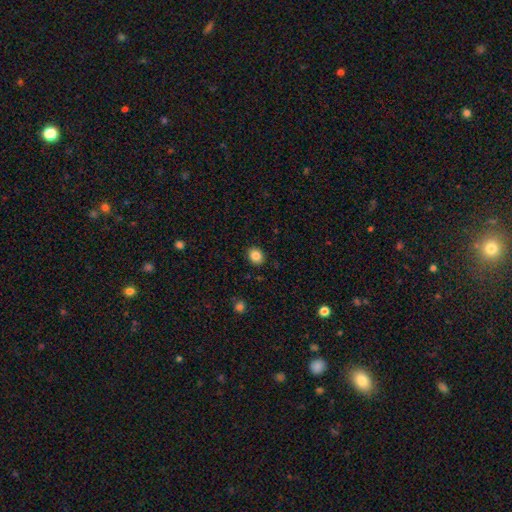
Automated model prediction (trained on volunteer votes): Smooth or featured: smooth — 85% (star or artifact — 10%)
How rounded: round — 64% (in between — 35%)
Merging: none — 90% (minor disturbance — 7%)